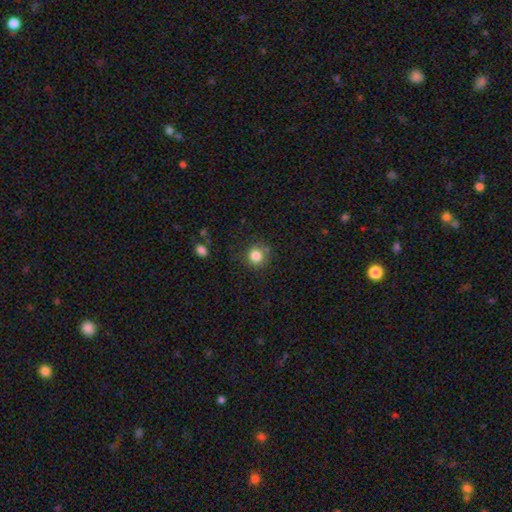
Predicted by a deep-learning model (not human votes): smooth 83%, star or artifact 11%, featured or disk 6%. Down the decision tree: how rounded — round (90%); merging — none (78%).